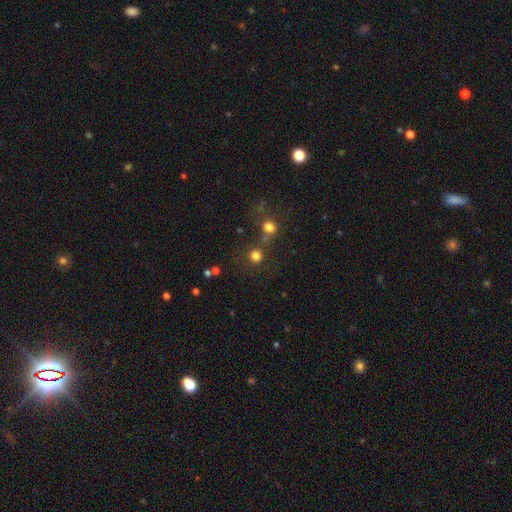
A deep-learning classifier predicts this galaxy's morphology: Smooth or featured: smooth — 77% (star or artifact — 17%)
How rounded: round — 92% (in between — 7%)
Merging: none — 69% (merger — 19%)